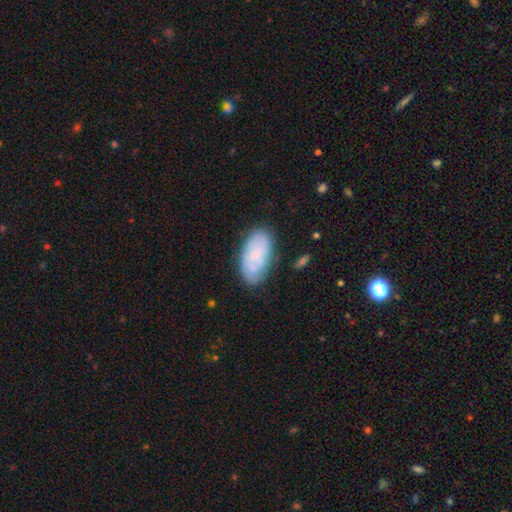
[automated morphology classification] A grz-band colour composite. It shows a smooth galaxy with no disk features (49%). Merging: none (75%).